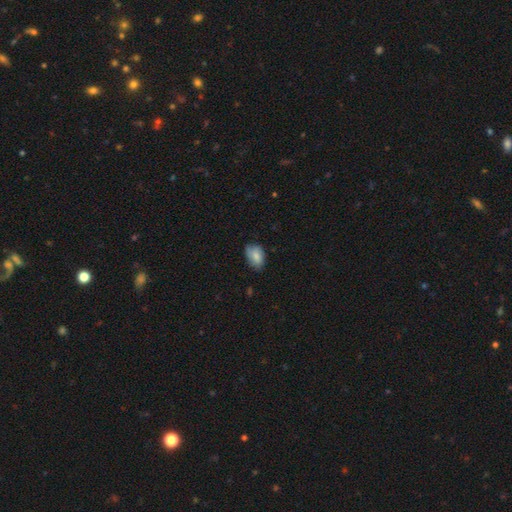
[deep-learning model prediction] Smooth or featured? smooth (78%)
How rounded? in between (87%)
Merging? none (65%)